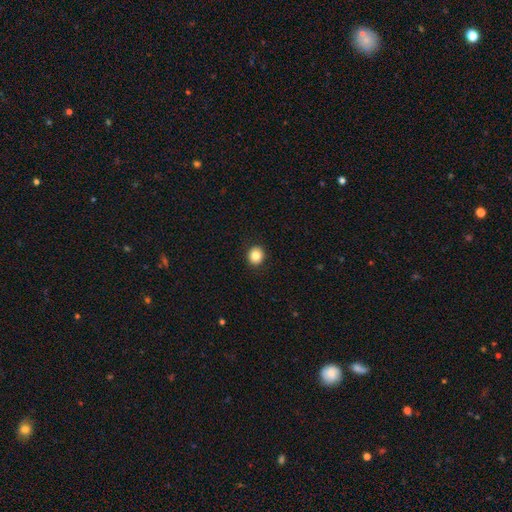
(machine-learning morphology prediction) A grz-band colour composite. It shows a smooth galaxy with no disk features (84%) that is round (81%). Merging: none (91%).